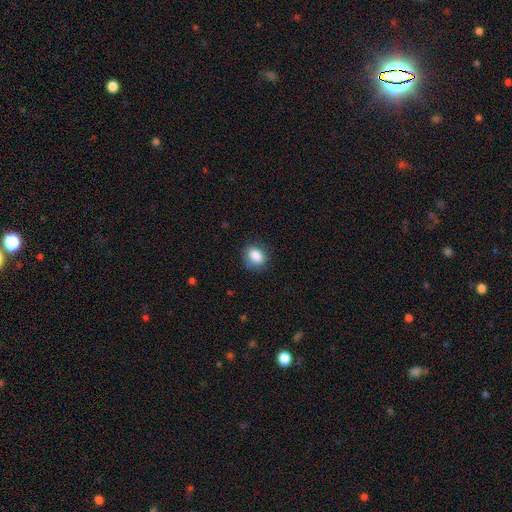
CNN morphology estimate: A smooth galaxy with no disk features (86%) that is in between round and cigar-shaped (52%).

Vote fractions:
- Smooth or featured? smooth: 86% / star or artifact: 9% / featured or disk: 6%
- How rounded? in between: 52% / round: 47% / cigar-shaped: 1%
- Merging? none: 79% / minor disturbance: 16% / major disturbance: 4% / merger: 1%